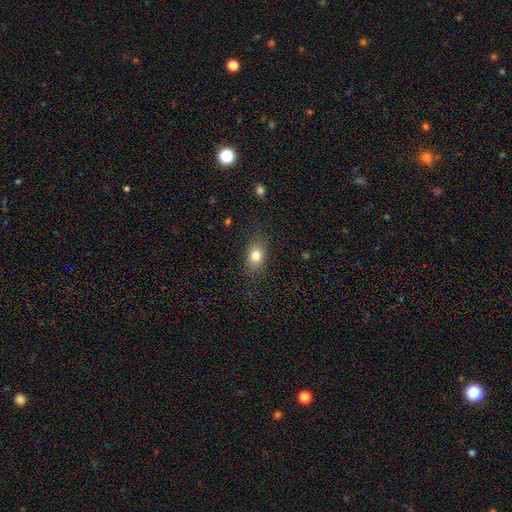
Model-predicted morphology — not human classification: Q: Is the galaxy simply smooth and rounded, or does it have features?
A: smooth — 80%.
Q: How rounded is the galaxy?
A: in between — 73%.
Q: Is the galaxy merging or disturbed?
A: none — 83%.